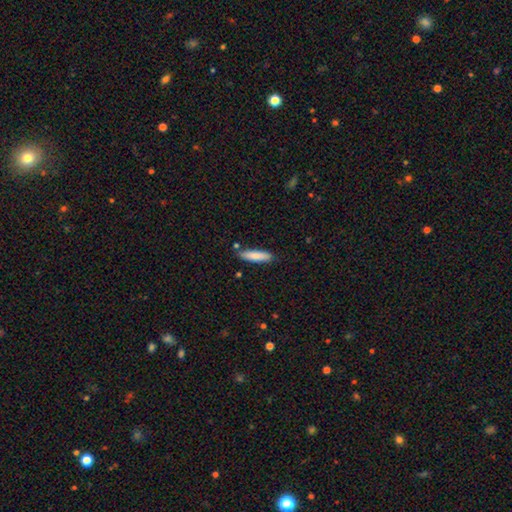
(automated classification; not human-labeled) smooth-or-featured: smooth: 83% | featured or disk: 11% | star or artifact: 6%
  how-rounded: cigar-shaped: 73% | in between: 26% | round: 1%
  merging: none: 83% | minor disturbance: 11% | merger: 3% | major disturbance: 2%